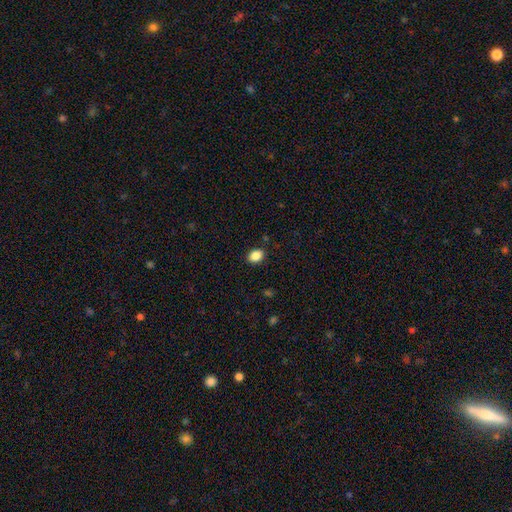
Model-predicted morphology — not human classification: A smooth galaxy with no disk features (87%) that is in between round and cigar-shaped (65%).

Vote fractions:
- Smooth or featured? smooth: 87% / star or artifact: 9% / featured or disk: 4%
- How rounded? in between: 65% / round: 34% / cigar-shaped: 1%
- Merging? none: 89% / minor disturbance: 8% / major disturbance: 2% / merger: 1%